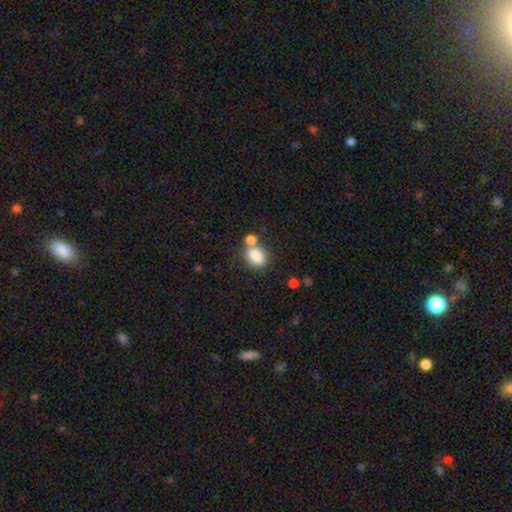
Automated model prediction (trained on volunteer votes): A smooth galaxy with no disk features (84%) that is in between round and cigar-shaped (64%).

Vote fractions:
- Smooth or featured? smooth: 84% / star or artifact: 9% / featured or disk: 6%
- How rounded? in between: 64% / round: 35% / cigar-shaped: 1%
- Merging? none: 53% / merger: 30% / minor disturbance: 12% / major disturbance: 5%